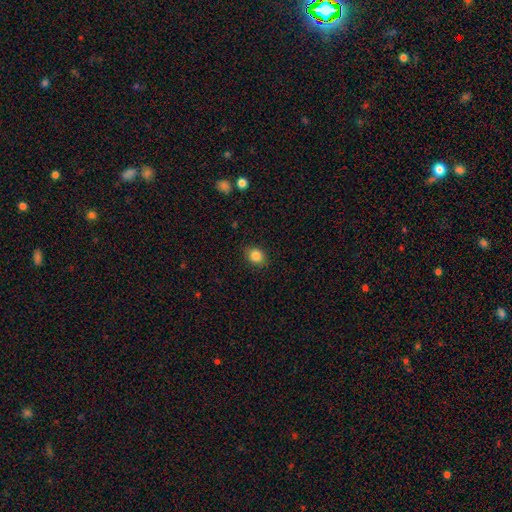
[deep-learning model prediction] smooth-or-featured: smooth: 85% | star or artifact: 10% | featured or disk: 5%
  how-rounded: round: 54% | in between: 45% | cigar-shaped: 1%
  merging: none: 86% | minor disturbance: 10% | major disturbance: 3% | merger: 1%